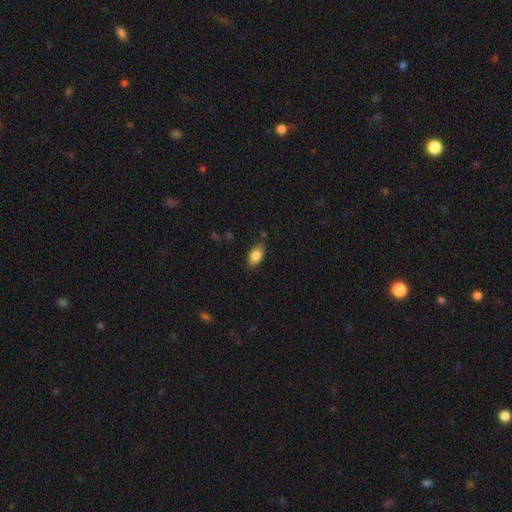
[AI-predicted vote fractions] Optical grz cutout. It shows a smooth galaxy with no disk features (84%) that is in between round and cigar-shaped (89%). Merging: none (79%).